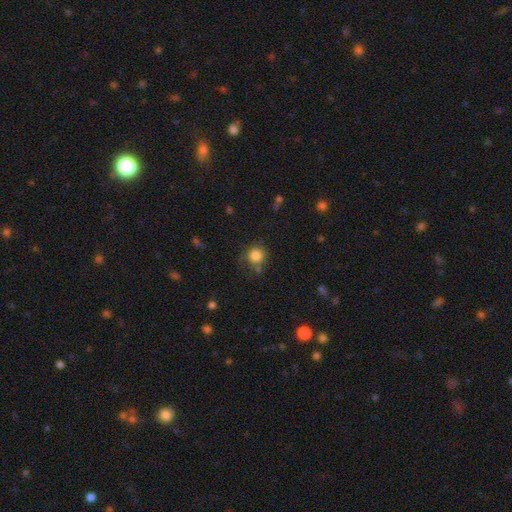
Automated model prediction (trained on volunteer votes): Q: Smooth or featured?
A: smooth (83%); runner-up: star or artifact (11%)
Q: How rounded?
A: round (91%); runner-up: in between (8%)
Q: Merging?
A: none (70%); runner-up: minor disturbance (17%)